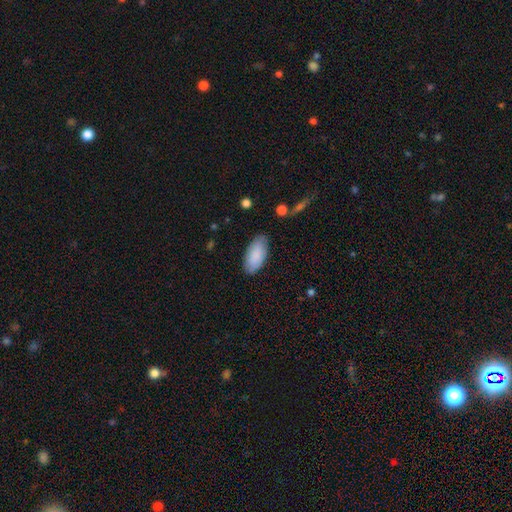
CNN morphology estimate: Smooth or featured? smooth (87%)
How rounded? in between (93%)
Merging? none (82%)